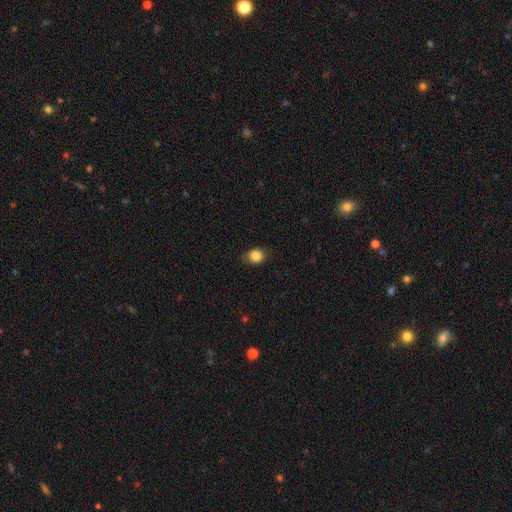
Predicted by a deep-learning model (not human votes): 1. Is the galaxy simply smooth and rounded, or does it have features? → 84% smooth, 10% star or artifact, 6% featured or disk.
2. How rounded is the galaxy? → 54% round, 44% in between, 1% cigar-shaped.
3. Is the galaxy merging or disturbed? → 78% none, 17% minor disturbance, 4% major disturbance, 1% merger.